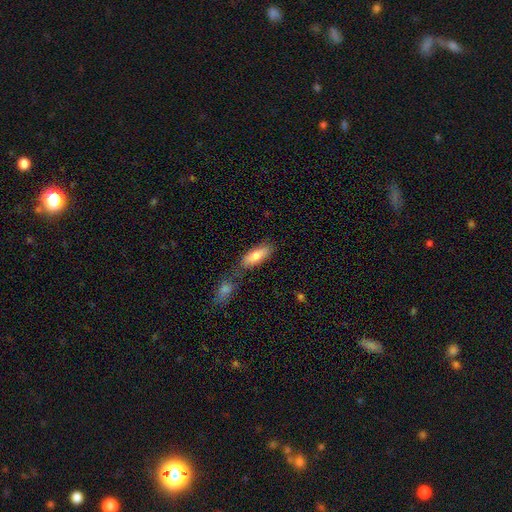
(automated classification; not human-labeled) Smooth or featured: smooth — 76% (featured or disk — 18%)
How rounded: in between — 65% (cigar-shaped — 32%)
Merging: none — 64% (merger — 20%)